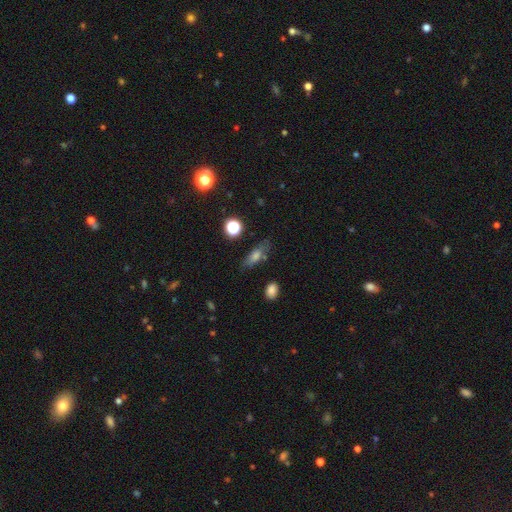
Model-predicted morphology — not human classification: This appears to be a smooth galaxy with no disk features (59%) that is in between round and cigar-shaped (62%). Merging: none (73%).